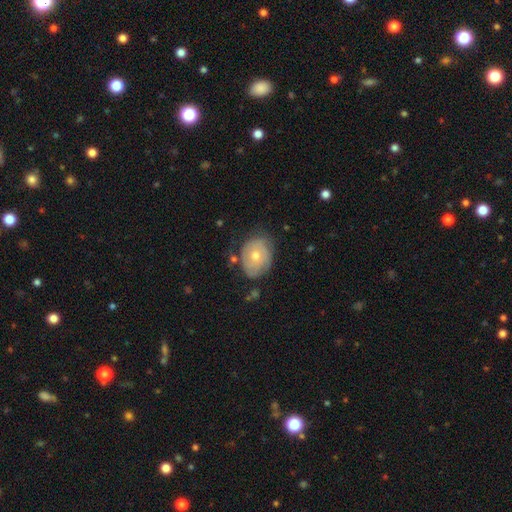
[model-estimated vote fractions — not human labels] Smooth or featured: featured or disk — 51% (smooth — 41%)
Edge-on disk: no — 95% (yes — 5%)
Merging: none — 68% (minor disturbance — 23%)